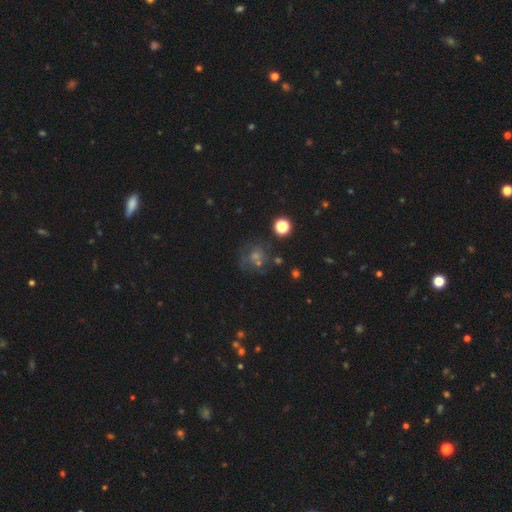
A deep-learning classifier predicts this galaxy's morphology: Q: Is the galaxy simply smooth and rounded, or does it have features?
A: star or artifact — 40%.